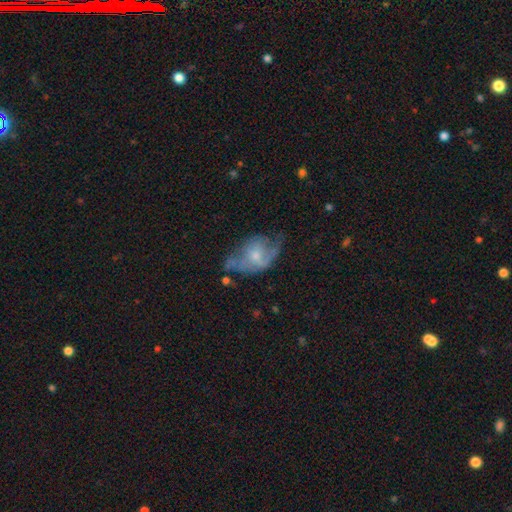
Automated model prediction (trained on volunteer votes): smooth_or_featured: featured or disk (p=0.55) [alt: smooth p=0.37]
disk_edge_on: no (p=0.96) [alt: yes p=0.04]
bar: no (p=0.72) [alt: weak p=0.24]
has_spiral_arms: yes (p=0.56) [alt: no p=0.44]
bulge_size: small (p=0.47) [alt: moderate p=0.41]
merging: major disturbance (p=0.34) [alt: minor disturbance p=0.31]